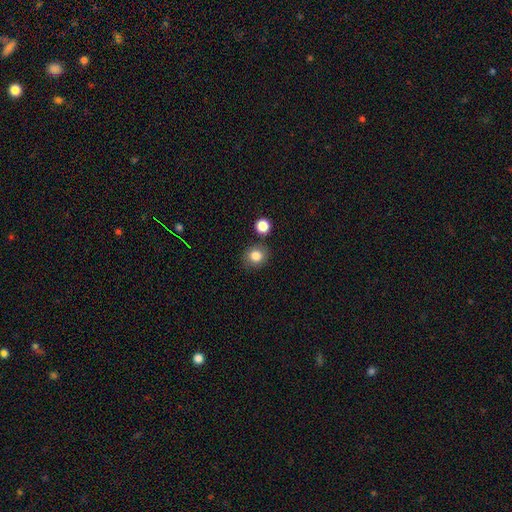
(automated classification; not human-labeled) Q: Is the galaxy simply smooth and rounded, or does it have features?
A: smooth — 84%.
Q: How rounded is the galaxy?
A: round — 79%.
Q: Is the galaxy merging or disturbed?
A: none — 81%.